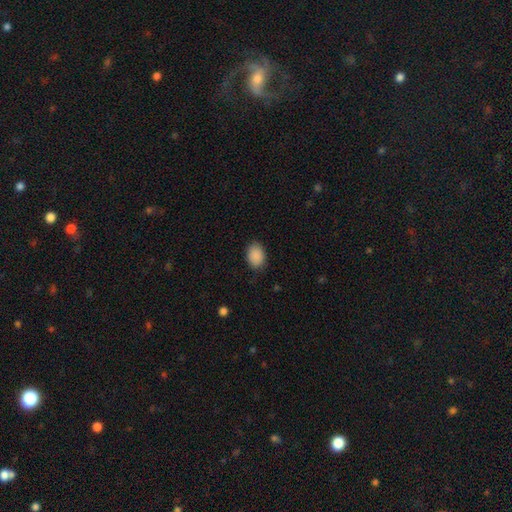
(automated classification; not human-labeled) A smooth galaxy with no disk features (90%) that is in between round and cigar-shaped (74%). Merging: none (84%).